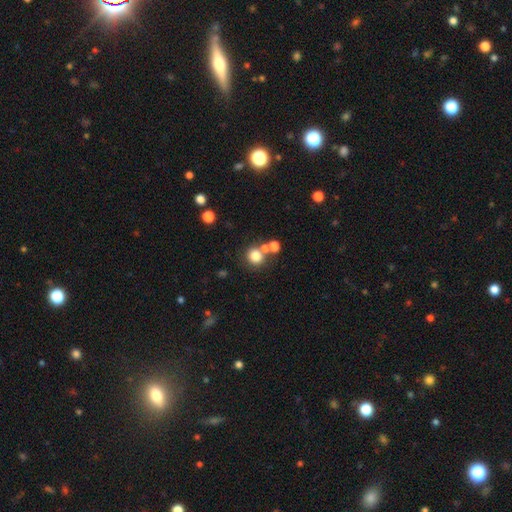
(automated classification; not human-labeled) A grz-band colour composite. It shows a smooth galaxy with no disk features (79%) that is round (88%). Merging: none (63%).